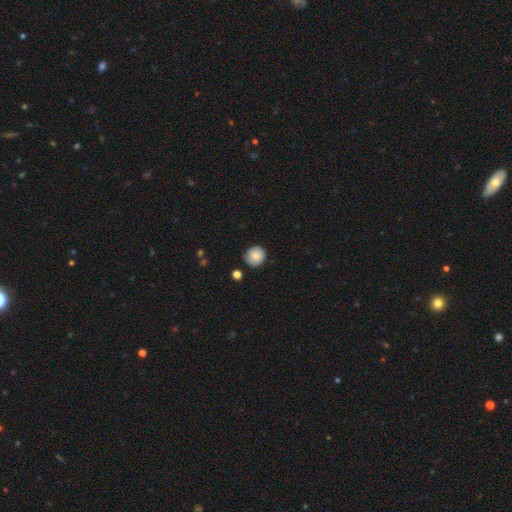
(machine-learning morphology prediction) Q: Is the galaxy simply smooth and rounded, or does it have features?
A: smooth — 83%.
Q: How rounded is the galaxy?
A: round — 87%.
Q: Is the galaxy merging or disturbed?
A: none — 84%.